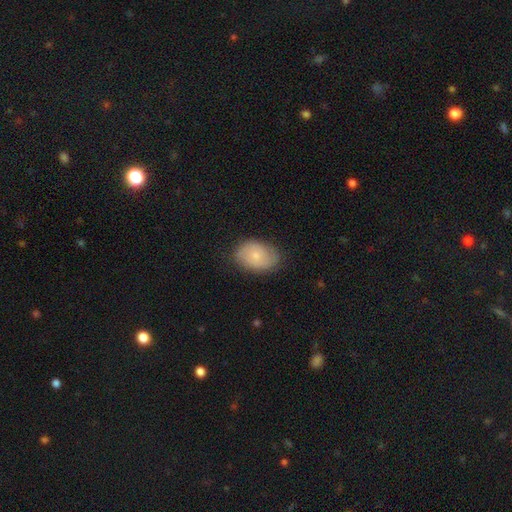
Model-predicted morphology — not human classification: Smooth or featured: smooth — 65% (featured or disk — 29%)
How rounded: in between — 82% (round — 17%)
Merging: none — 78% (minor disturbance — 17%)